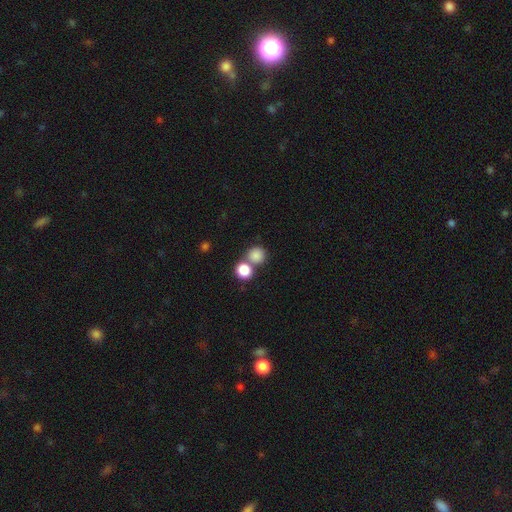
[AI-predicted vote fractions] A smooth galaxy with no disk features (83%) that is round (87%). Merging: none (56%).